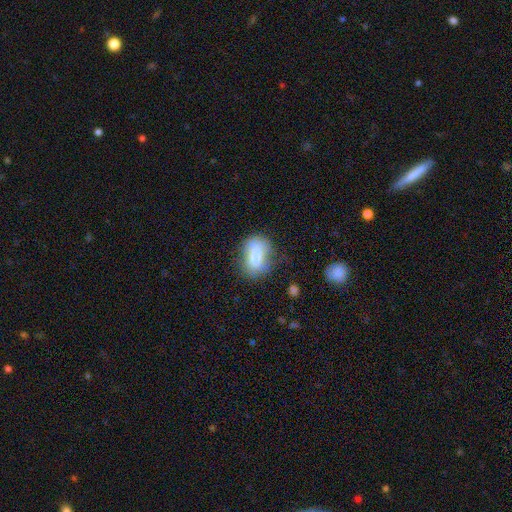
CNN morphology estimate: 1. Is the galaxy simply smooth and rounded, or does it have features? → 79% smooth, 13% featured or disk, 8% star or artifact.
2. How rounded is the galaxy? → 82% in between, 16% round, 2% cigar-shaped.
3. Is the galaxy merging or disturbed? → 57% none, 27% minor disturbance, 12% major disturbance, 4% merger.